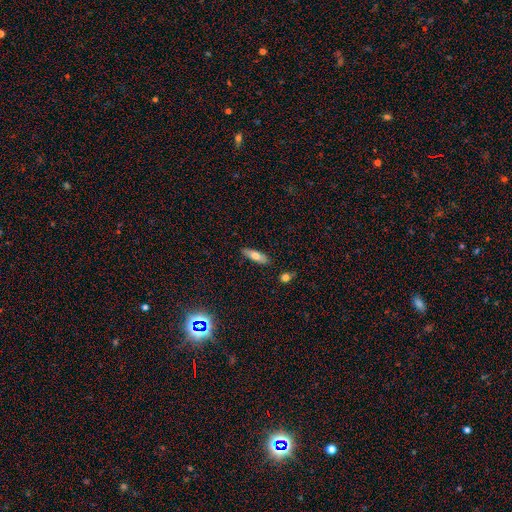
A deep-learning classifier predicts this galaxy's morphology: Smooth or featured? Predicted: smooth (p=0.66). How rounded? Predicted: in between (p=0.51). Merging? Predicted: none (p=0.85).